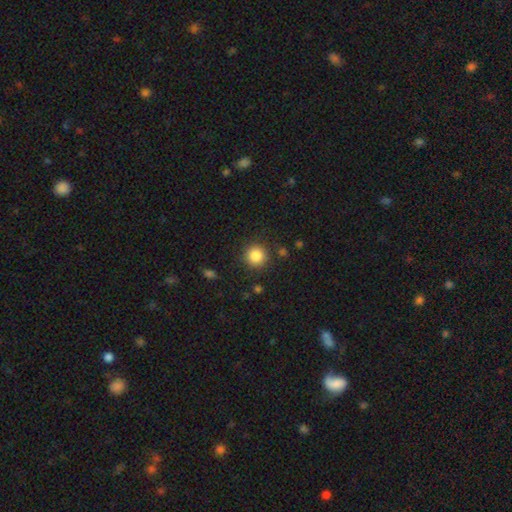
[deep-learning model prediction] A smooth galaxy with no disk features (85%) that is round (94%). Merging: none (88%).